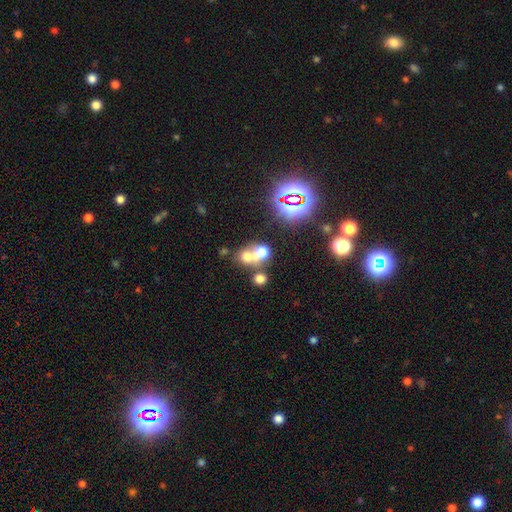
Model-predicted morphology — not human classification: Smooth or featured? Predicted: smooth (p=0.56). How rounded? Predicted: round (p=0.72). Merging? Predicted: merger (p=0.57).